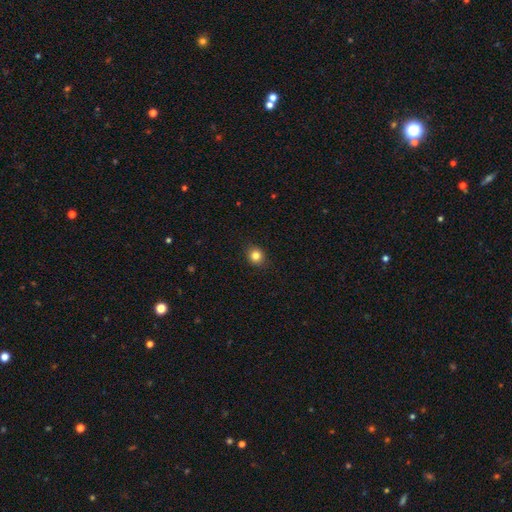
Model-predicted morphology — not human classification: A smooth galaxy with no disk features (83%) that is round (78%). Merging: none (90%).